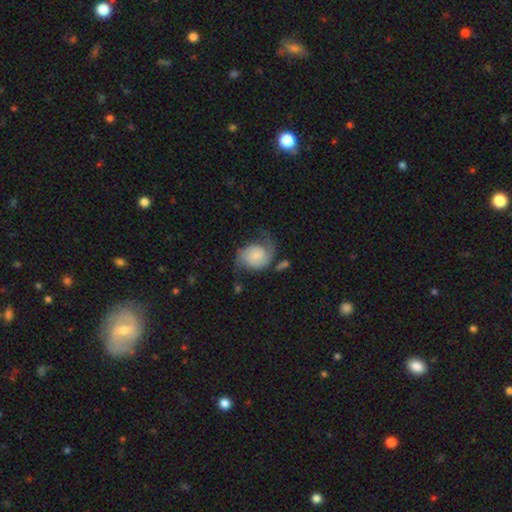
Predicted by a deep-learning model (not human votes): Smooth or featured: featured or disk — 66% (smooth — 27%)
Edge-on disk: no — 98% (yes — 2%)
Bar: no — 69% (weak — 26%)
Spiral arms: yes — 93% (no — 7%)
Spiral winding: medium — 42% (loose — 37%)
Spiral arm count: 2 — 84% (1 — 7%)
Bulge size: small — 37% (none — 29%)
Merging: none — 51% (minor disturbance — 26%)